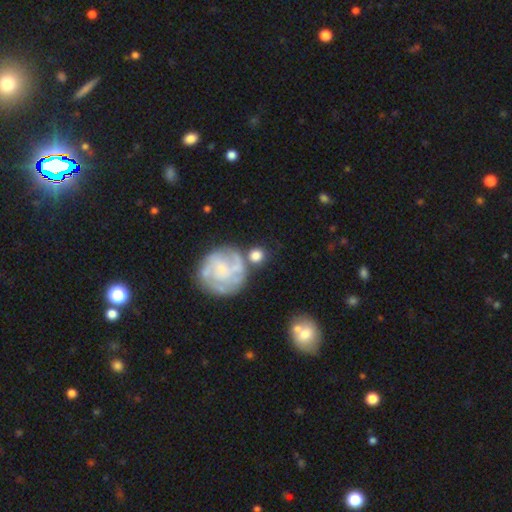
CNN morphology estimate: A smooth galaxy with no disk features (57%) that is round (88%).

Vote fractions:
- Smooth or featured? smooth: 57% / featured or disk: 35% / star or artifact: 8%
- How rounded? round: 88% / in between: 11% / cigar-shaped: 1%
- Merging? none: 61% / merger: 16% / minor disturbance: 15% / major disturbance: 9%